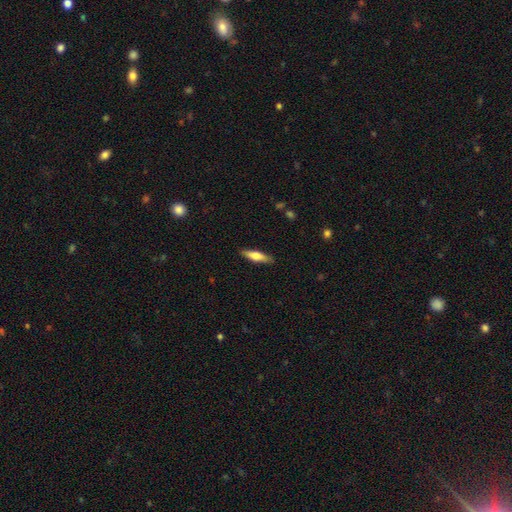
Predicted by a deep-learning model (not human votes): smooth 63%, featured or disk 31%, star or artifact 6%. Down the decision tree: how rounded — cigar-shaped (67%); merging — none (87%).